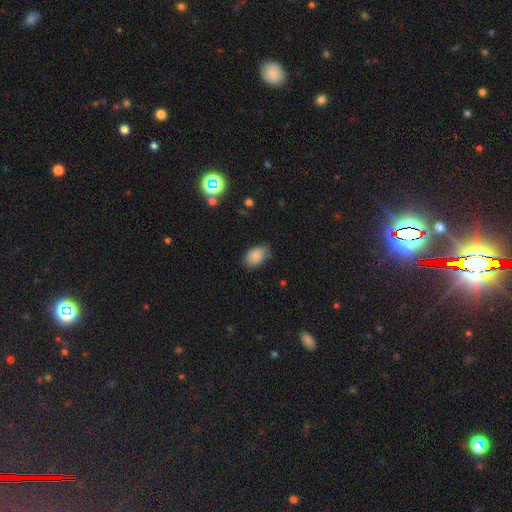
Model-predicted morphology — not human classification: Q: Smooth or featured?
A: smooth (83%); runner-up: star or artifact (9%)
Q: How rounded?
A: in between (87%); runner-up: round (12%)
Q: Merging?
A: none (71%); runner-up: minor disturbance (23%)